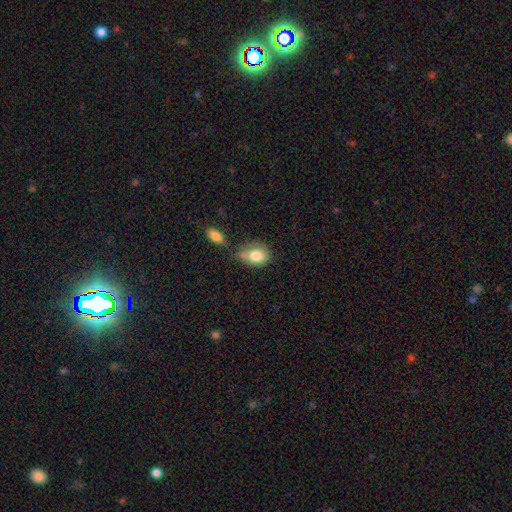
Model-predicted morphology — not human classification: A smooth galaxy with no disk features (81%) that is in between round and cigar-shaped (65%). Merging: none (38%).